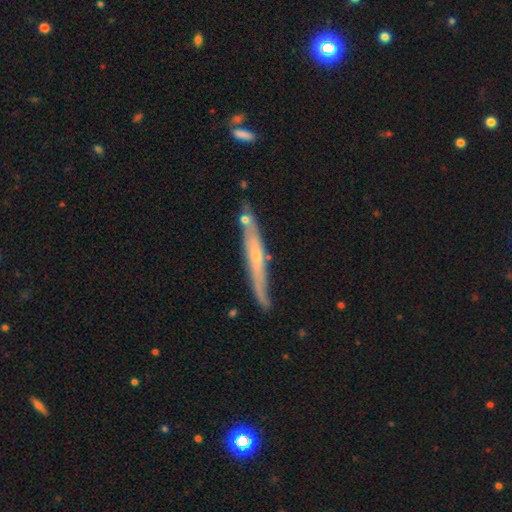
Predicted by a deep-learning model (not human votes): This appears to be a featured or disk galaxy (63%) viewed edge-on (88%) with a rounded central bulge (48%). Merging: none (70%).